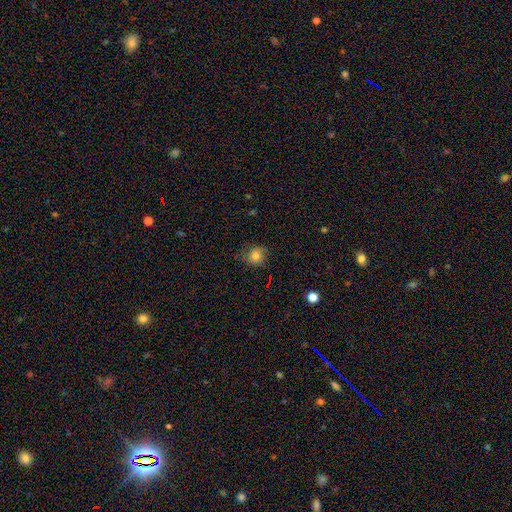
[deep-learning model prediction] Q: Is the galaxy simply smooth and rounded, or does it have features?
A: smooth — 76%.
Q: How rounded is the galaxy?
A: round — 83%.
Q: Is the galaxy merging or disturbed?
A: none — 74%.